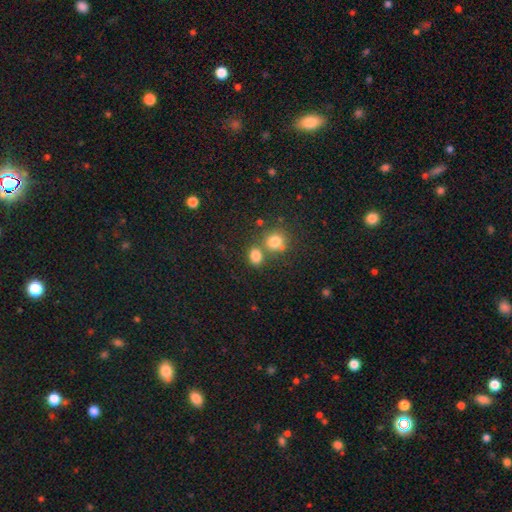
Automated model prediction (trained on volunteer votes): Smooth or featured?
  - smooth: 80% *
  - star or artifact: 13%
  - featured or disk: 7%
How rounded?
  - round: 50% *
  - in between: 49%
  - cigar-shaped: 1%
Merging?
  - none: 53% *
  - merger: 34%
  - minor disturbance: 10%
  - major disturbance: 4%